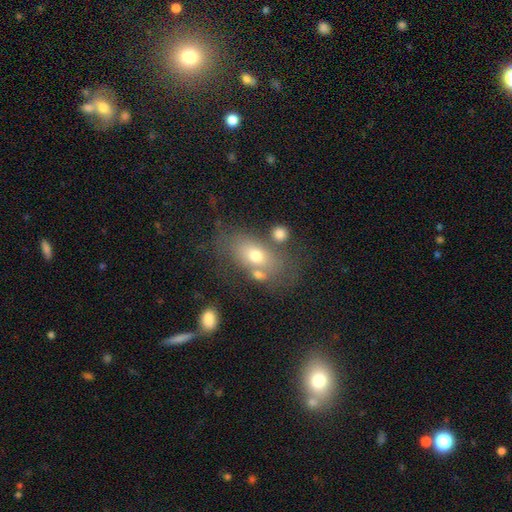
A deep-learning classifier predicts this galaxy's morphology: smooth_or_featured: smooth (p=0.62) [alt: featured or disk p=0.27]
how_rounded: in between (p=0.82) [alt: round p=0.14]
merging: none (p=0.53) [alt: merger p=0.19]